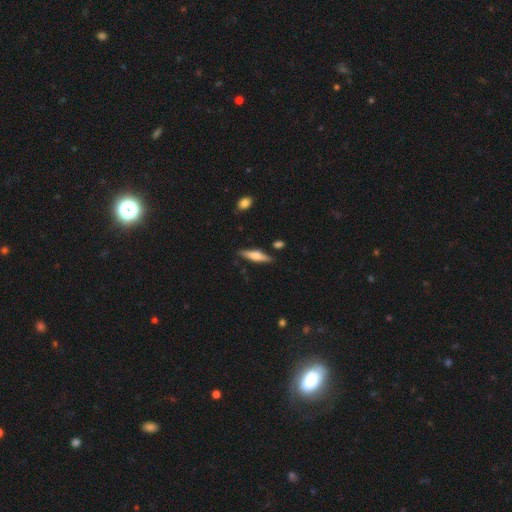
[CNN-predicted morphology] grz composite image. It shows a featured or disk galaxy (53%) viewed edge-on (96%) with a rounded central bulge (82%). Merging: none (85%).